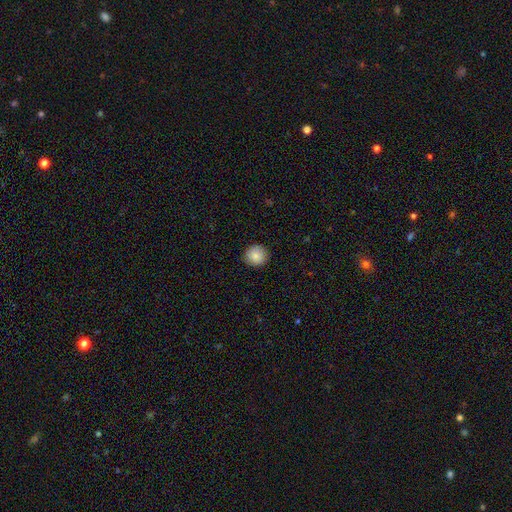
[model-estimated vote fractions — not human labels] Smooth or featured?
  - smooth: 86% *
  - star or artifact: 8%
  - featured or disk: 5%
How rounded?
  - round: 92% *
  - in between: 7%
  - cigar-shaped: 1%
Merging?
  - none: 90% *
  - minor disturbance: 7%
  - major disturbance: 2%
  - merger: 1%